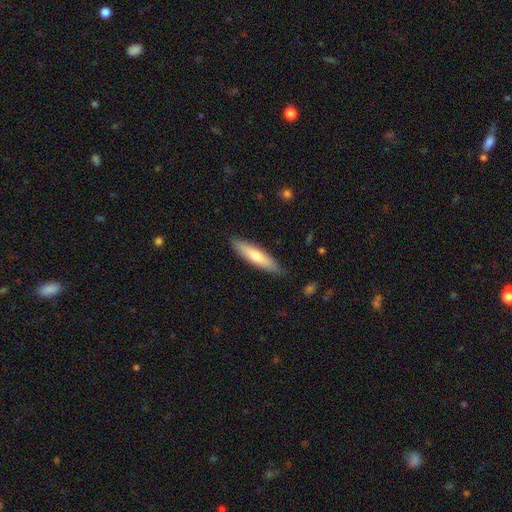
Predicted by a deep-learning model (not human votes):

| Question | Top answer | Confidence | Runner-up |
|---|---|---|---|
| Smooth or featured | smooth | 61% | featured or disk (33%) |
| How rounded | cigar-shaped | 80% | in between (18%) |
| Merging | none | 89% | minor disturbance (9%) |